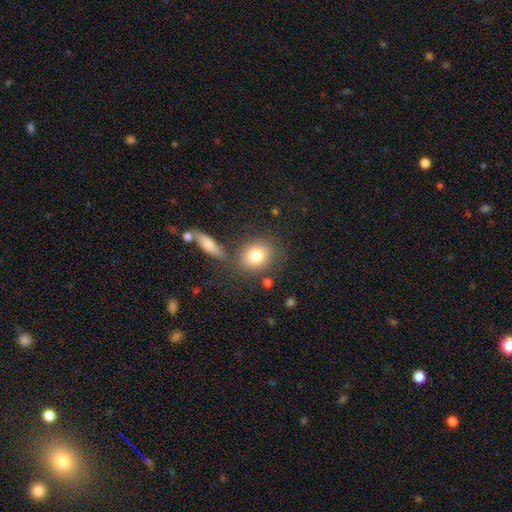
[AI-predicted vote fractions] smooth-or-featured: smooth: 80% | featured or disk: 11% | star or artifact: 9%
  how-rounded: round: 66% | in between: 33% | cigar-shaped: 2%
  merging: none: 73% | minor disturbance: 12% | merger: 11% | major disturbance: 5%